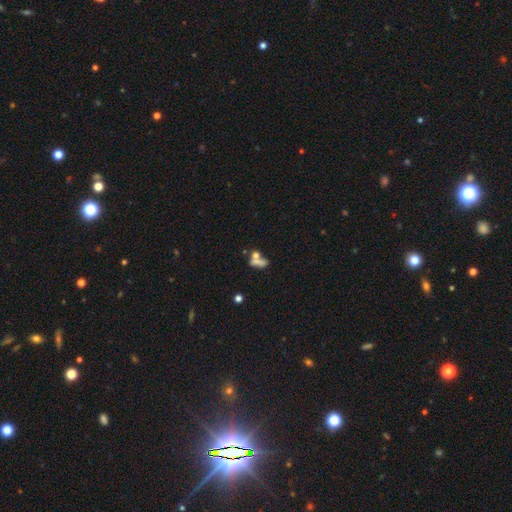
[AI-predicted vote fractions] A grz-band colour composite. It shows a smooth galaxy with no disk features (65%) that is in between round and cigar-shaped (52%). Merging: merger (45%).